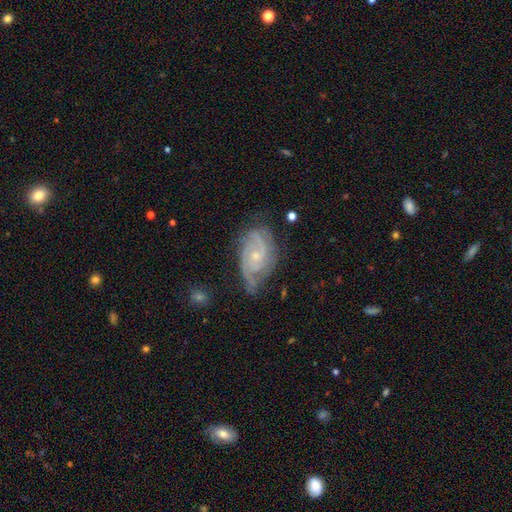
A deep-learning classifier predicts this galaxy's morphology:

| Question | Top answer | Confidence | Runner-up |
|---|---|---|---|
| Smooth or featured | featured or disk | 85% | smooth (9%) |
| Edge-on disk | no | 97% | yes (3%) |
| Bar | no | 65% | weak (30%) |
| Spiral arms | yes | 96% | no (4%) |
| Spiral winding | tight | 53% | medium (38%) |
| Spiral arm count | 2 | 46% | 3 (23%) |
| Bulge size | small | 67% | moderate (29%) |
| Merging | none | 60% | minor disturbance (28%) |